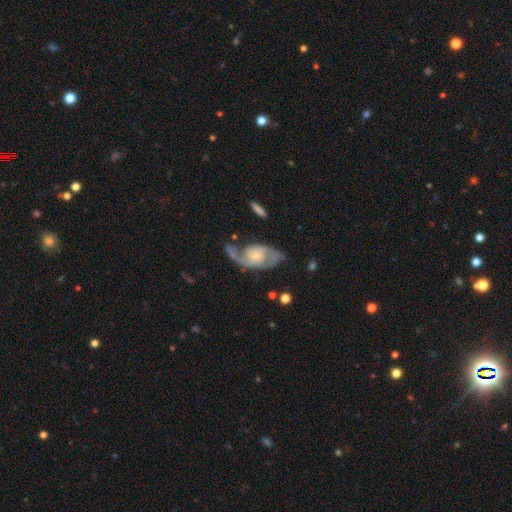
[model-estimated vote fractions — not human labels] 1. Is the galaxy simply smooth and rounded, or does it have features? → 86% featured or disk, 9% smooth, 5% star or artifact.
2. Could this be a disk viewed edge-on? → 96% no, 4% yes.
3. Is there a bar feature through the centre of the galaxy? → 63% no, 31% weak, 7% strong.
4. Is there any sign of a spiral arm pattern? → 96% yes, 4% no.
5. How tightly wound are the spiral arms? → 47% medium, 35% loose, 18% tight.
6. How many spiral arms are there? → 86% 2, 6% 1, 4% can't tell, 2% 3, 1% 4, 1% more than 4.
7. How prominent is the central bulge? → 50% small, 30% moderate, 9% none, 9% large, 2% dominant.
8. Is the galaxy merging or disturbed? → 59% none, 20% minor disturbance, 17% major disturbance, 4% merger.